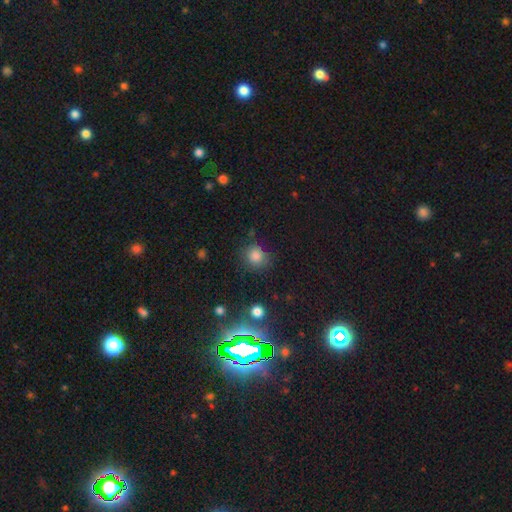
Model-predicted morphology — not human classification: smooth_or_featured: smooth (p=0.81) [alt: star or artifact p=0.13]
how_rounded: round (p=0.84) [alt: in between p=0.15]
merging: none (p=0.75) [alt: minor disturbance p=0.16]